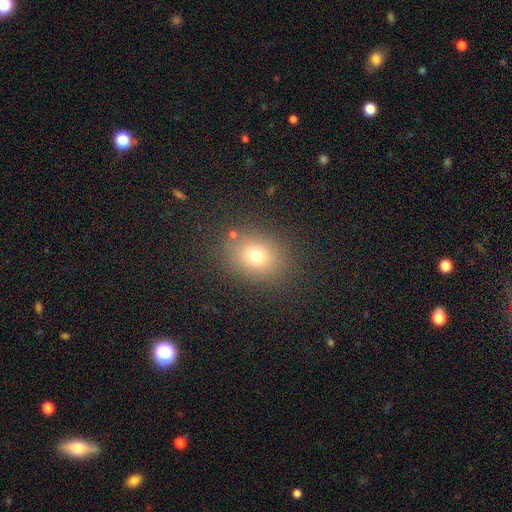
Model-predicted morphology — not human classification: Q: Smooth or featured?
A: smooth (73%); runner-up: star or artifact (16%)
Q: How rounded?
A: round (50%); runner-up: in between (49%)
Q: Merging?
A: none (84%); runner-up: minor disturbance (10%)